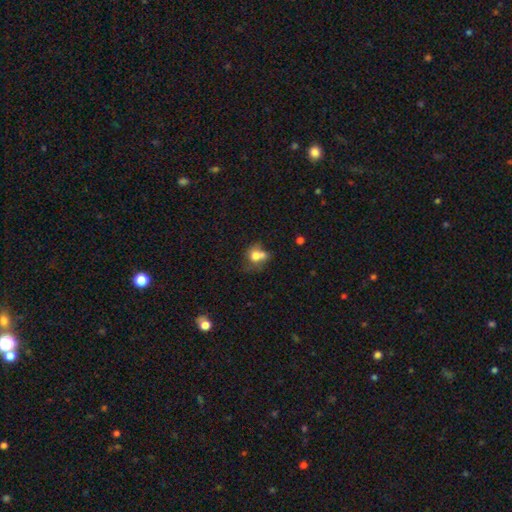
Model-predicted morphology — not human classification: This appears to be a smooth galaxy with no disk features (71%) that is round (53%). Merging: merger (34%).